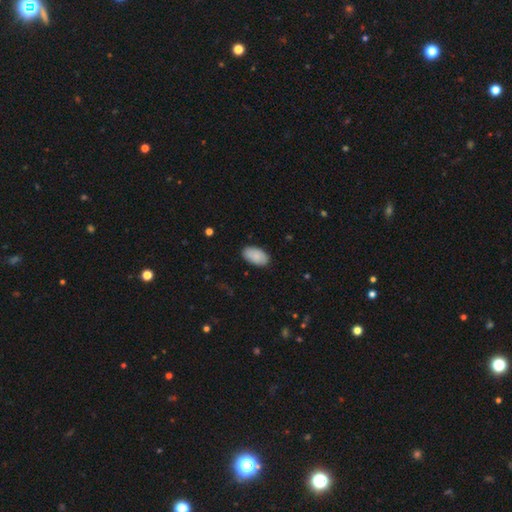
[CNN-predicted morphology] type=smooth (89%); roundness=in between (95%); merging=none (87%).